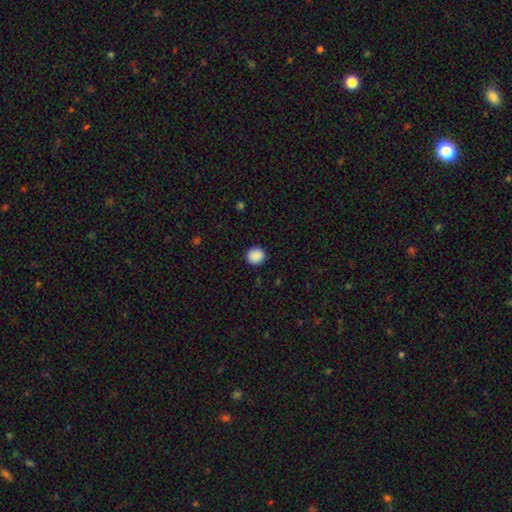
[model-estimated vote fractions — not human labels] This is clearly a smooth galaxy (89%). How rounded: clearly round (88%). Merging: clearly none (91%).